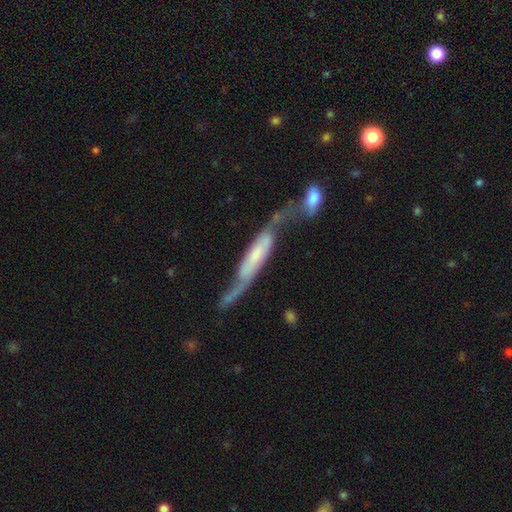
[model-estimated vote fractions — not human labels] Overall: featured or disk (69%). Edge-on disk: no (60%; yes 40%). Merging: merger (43%; none 25%).